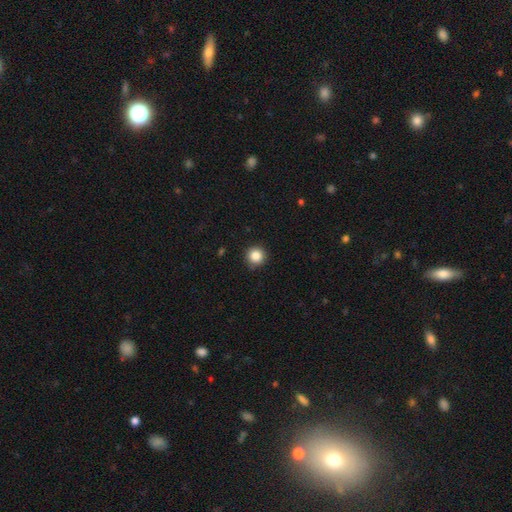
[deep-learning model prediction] The model was most divided on "smooth or featured": smooth: 86%, star or artifact: 10%, featured or disk: 4%. More confident: how rounded — round (95%); merging — none (90%).